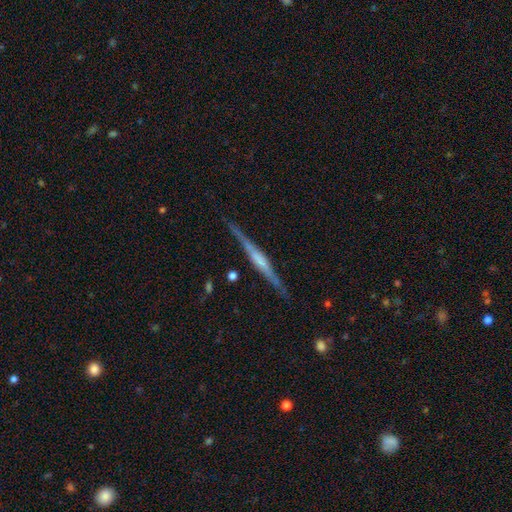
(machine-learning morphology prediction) A featured or disk galaxy (79%) viewed edge-on (98%) with a rounded central bulge (43%). Merging: none (88%).